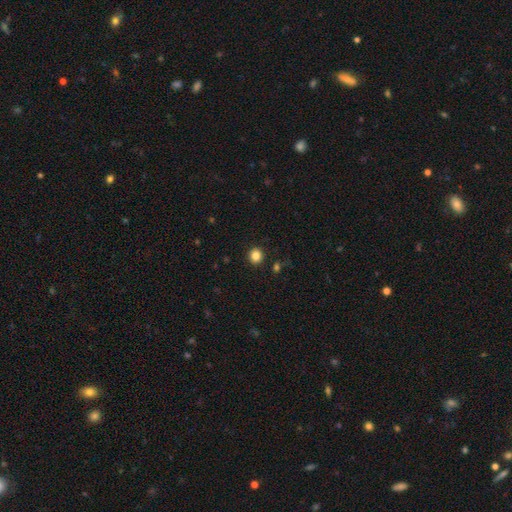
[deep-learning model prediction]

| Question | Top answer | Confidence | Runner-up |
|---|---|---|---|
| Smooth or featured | smooth | 84% | star or artifact (11%) |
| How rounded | round | 86% | in between (13%) |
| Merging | none | 91% | minor disturbance (5%) |